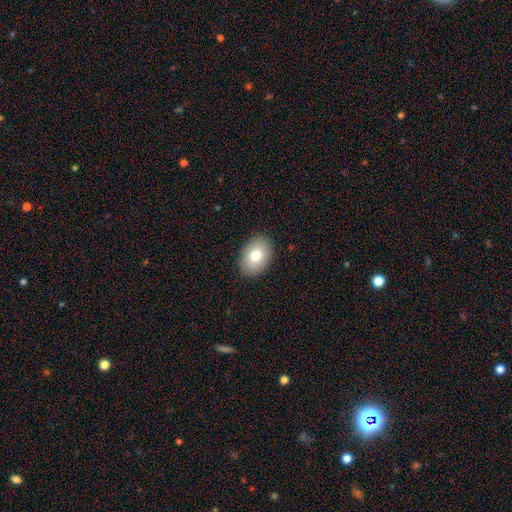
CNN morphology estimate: Smooth or featured? smooth (80%)
How rounded? in between (83%)
Merging? none (89%)